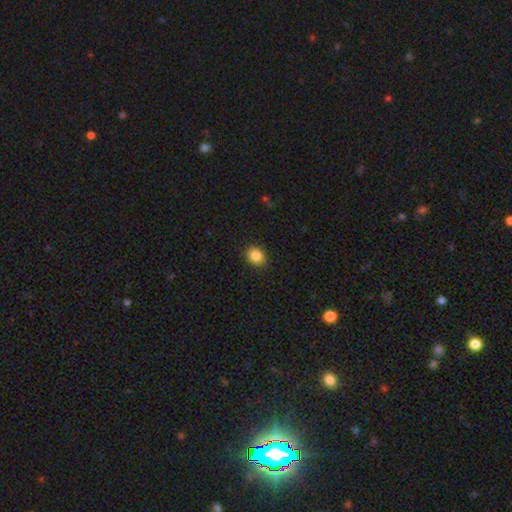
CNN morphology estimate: A smooth galaxy with no disk features (86%) that is round (59%).

Vote fractions:
- Smooth or featured? smooth: 86% / star or artifact: 9% / featured or disk: 4%
- How rounded? round: 59% / in between: 40% / cigar-shaped: 1%
- Merging? none: 90% / minor disturbance: 7% / major disturbance: 2% / merger: 1%